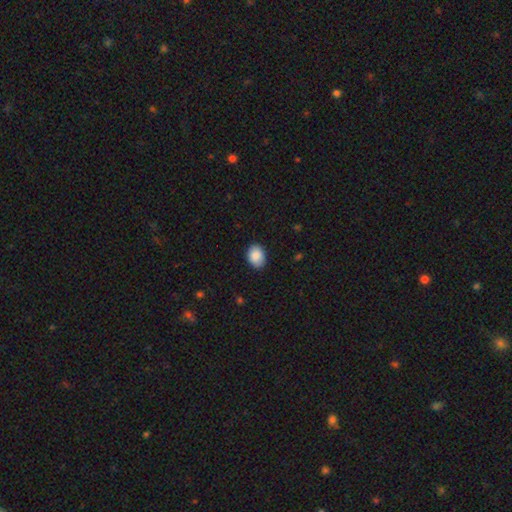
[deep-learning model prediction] A smooth galaxy with no disk features (89%) that is in between round and cigar-shaped (74%).

Vote fractions:
- Smooth or featured? smooth: 89% / star or artifact: 7% / featured or disk: 5%
- How rounded? in between: 74% / round: 25% / cigar-shaped: 1%
- Merging? none: 87% / minor disturbance: 10% / major disturbance: 2% / merger: 1%